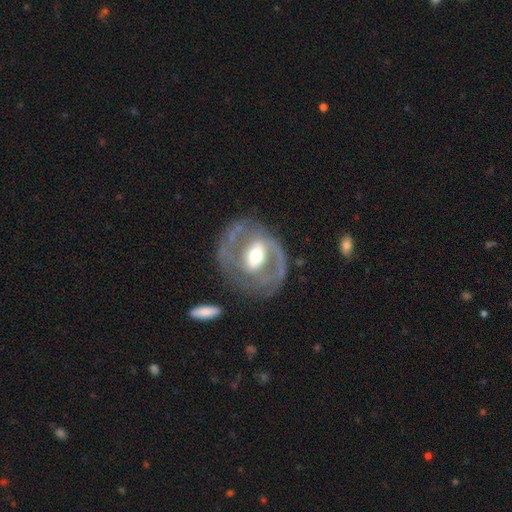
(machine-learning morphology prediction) This appears to be a featured or disk galaxy (83%) with a strong bar (41%), 2 (79%) medium (46%) spiral arms (83%) and a moderate central bulge (67%). Merging: none (70%).